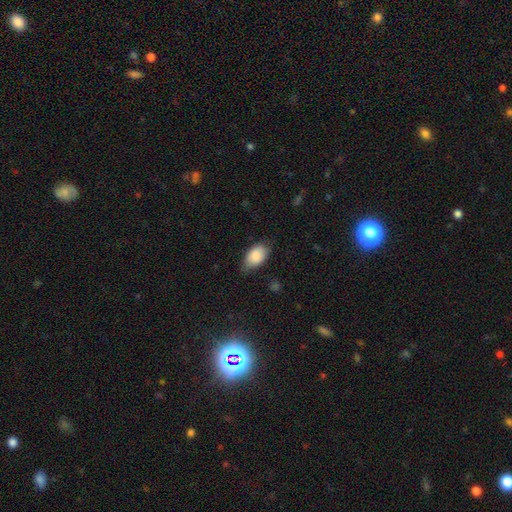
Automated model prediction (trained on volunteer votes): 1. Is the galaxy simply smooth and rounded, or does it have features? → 87% smooth, 7% featured or disk, 6% star or artifact.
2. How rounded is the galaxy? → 92% in between, 6% round, 2% cigar-shaped.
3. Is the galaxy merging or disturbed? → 66% none, 28% minor disturbance, 5% major disturbance, 1% merger.